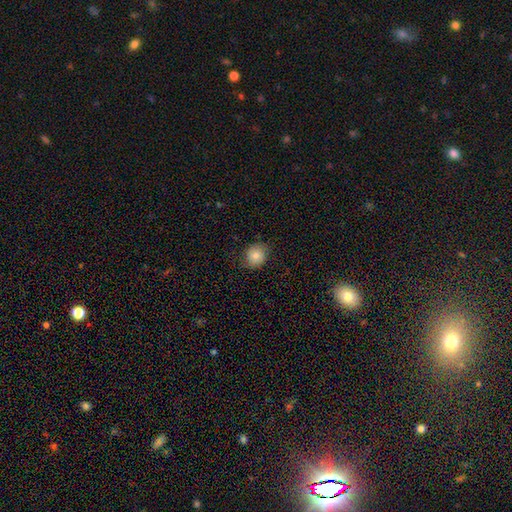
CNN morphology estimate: This is clearly a smooth galaxy (83%). How rounded: clearly round (81%). Merging: clearly none (81%).